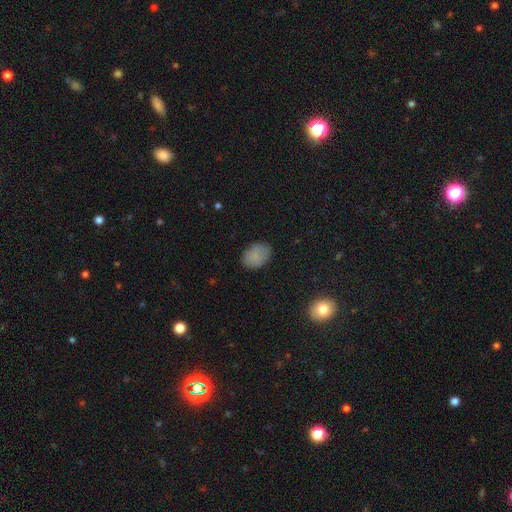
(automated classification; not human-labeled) smooth_or_featured: smooth (p=0.85) [alt: star or artifact p=0.09]
how_rounded: in between (p=0.76) [alt: round p=0.23]
merging: none (p=0.83) [alt: minor disturbance p=0.13]